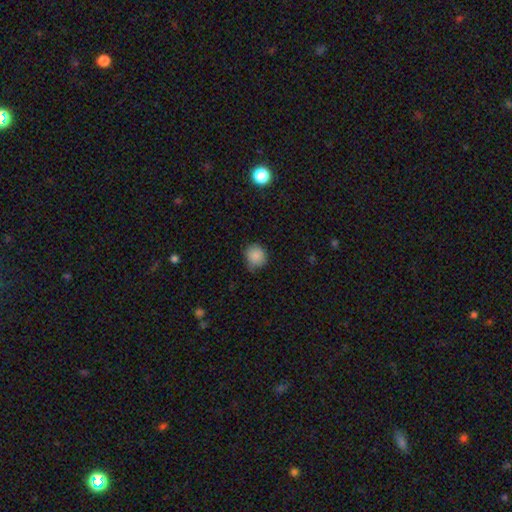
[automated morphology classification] type=smooth (86%); roundness=round (85%); merging=none (73%).